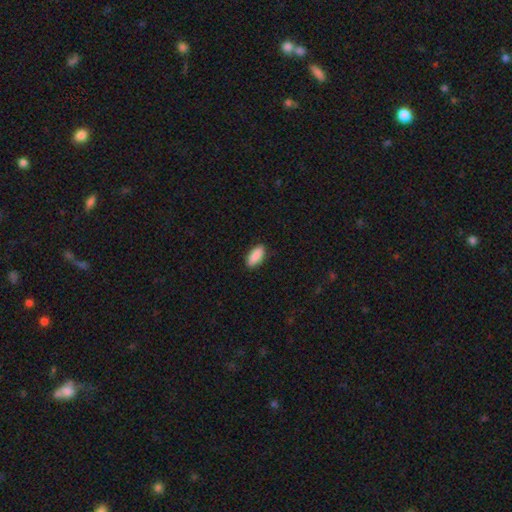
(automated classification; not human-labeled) Smooth or featured?
  - smooth: 90% *
  - star or artifact: 6%
  - featured or disk: 4%
How rounded?
  - in between: 85% *
  - cigar-shaped: 13%
  - round: 2%
Merging?
  - none: 88% *
  - minor disturbance: 9%
  - major disturbance: 2%
  - merger: 1%